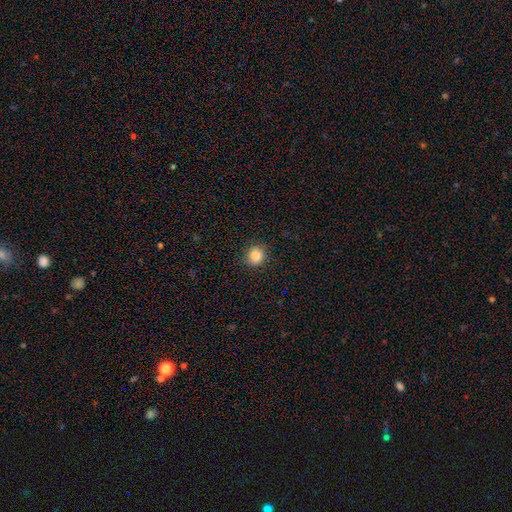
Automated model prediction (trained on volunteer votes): Morphology: type=smooth (84%); roundness=round (80%); merging=none (87%).